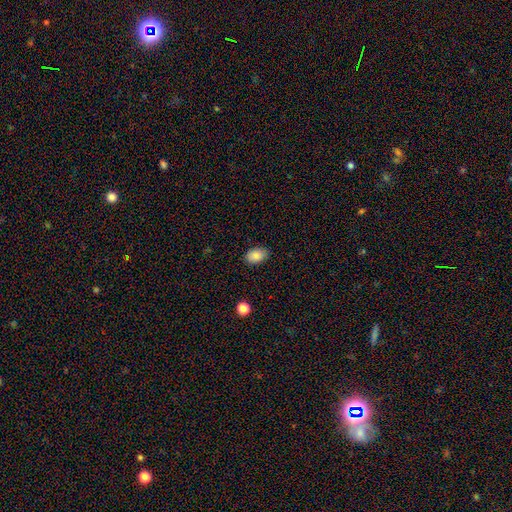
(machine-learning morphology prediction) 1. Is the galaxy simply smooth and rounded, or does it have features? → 87% smooth, 8% star or artifact, 5% featured or disk.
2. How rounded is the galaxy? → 87% in between, 12% round, 1% cigar-shaped.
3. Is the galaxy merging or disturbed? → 83% none, 14% minor disturbance, 2% major disturbance, 1% merger.